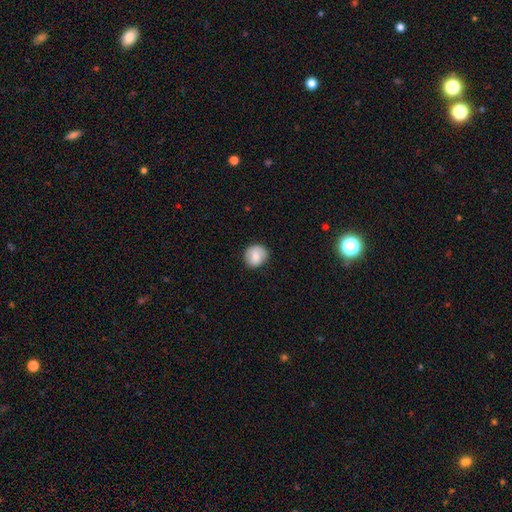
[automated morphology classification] Overall: smooth (79%). How rounded: round (86%). Merging: none (85%).